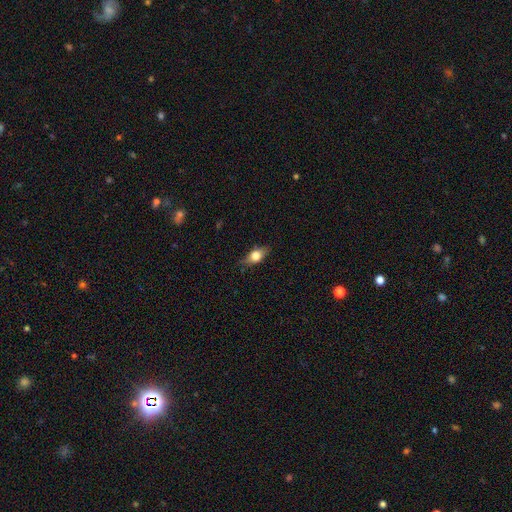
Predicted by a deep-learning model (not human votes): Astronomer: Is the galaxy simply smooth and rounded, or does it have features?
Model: smooth — 66%.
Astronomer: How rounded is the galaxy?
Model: in between — 75%.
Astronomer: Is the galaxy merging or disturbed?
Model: none — 78%.